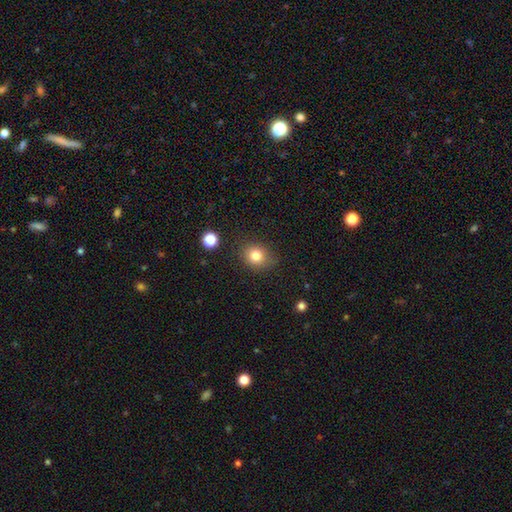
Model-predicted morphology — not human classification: Smooth or featured? smooth (81%)
How rounded? round (71%)
Merging? none (80%)